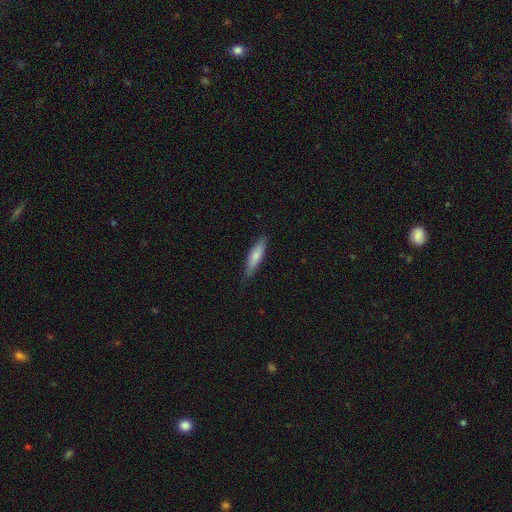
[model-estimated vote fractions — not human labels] Smooth or featured: smooth — 77% (featured or disk — 18%)
How rounded: cigar-shaped — 72% (in between — 27%)
Merging: none — 81% (minor disturbance — 16%)